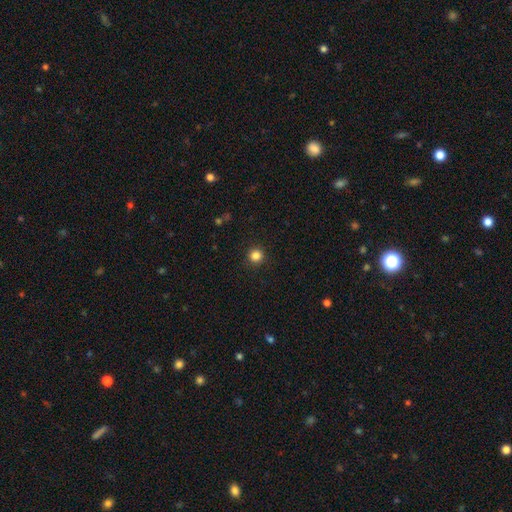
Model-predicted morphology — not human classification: Smooth or featured?
  - smooth: 84% *
  - star or artifact: 12%
  - featured or disk: 4%
How rounded?
  - round: 95% *
  - in between: 4%
  - cigar-shaped: 1%
Merging?
  - none: 92% *
  - minor disturbance: 5%
  - major disturbance: 2%
  - merger: 1%